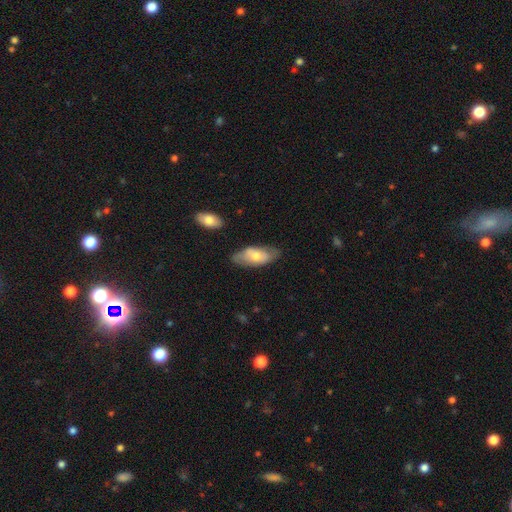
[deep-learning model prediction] The model was most divided on "smooth or featured": smooth: 56%, featured or disk: 38%, star or artifact: 6%. More confident: how rounded — in between (87%); merging — none (71%).